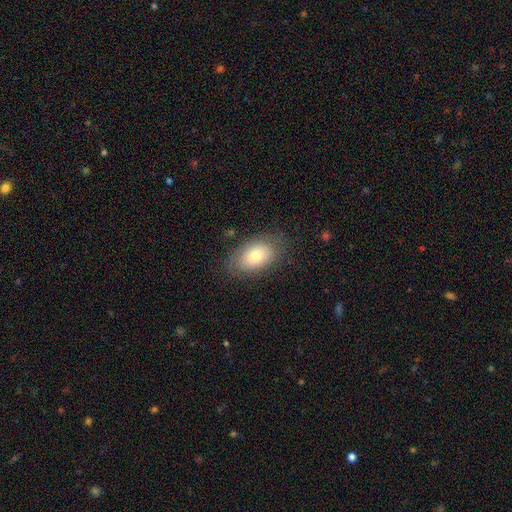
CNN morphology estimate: smooth-or-featured: smooth: 73% | featured or disk: 20% | star or artifact: 8%
  how-rounded: in between: 90% | round: 9% | cigar-shaped: 1%
  merging: none: 78% | minor disturbance: 16% | major disturbance: 5% | merger: 1%